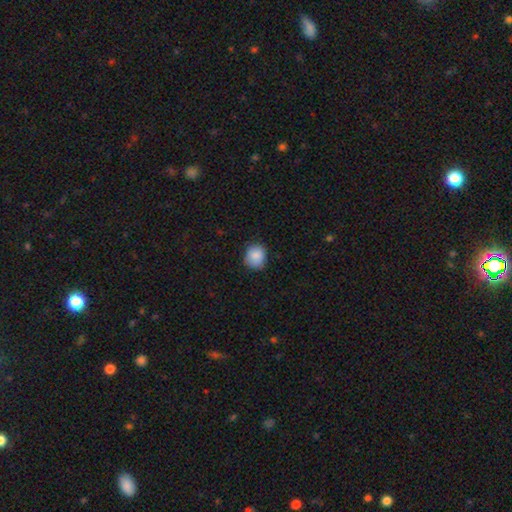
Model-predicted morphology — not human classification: Smooth or featured?
  - smooth: 88% *
  - star or artifact: 8%
  - featured or disk: 4%
How rounded?
  - round: 75% *
  - in between: 24%
  - cigar-shaped: 1%
Merging?
  - none: 80% *
  - minor disturbance: 16%
  - major disturbance: 3%
  - merger: 1%